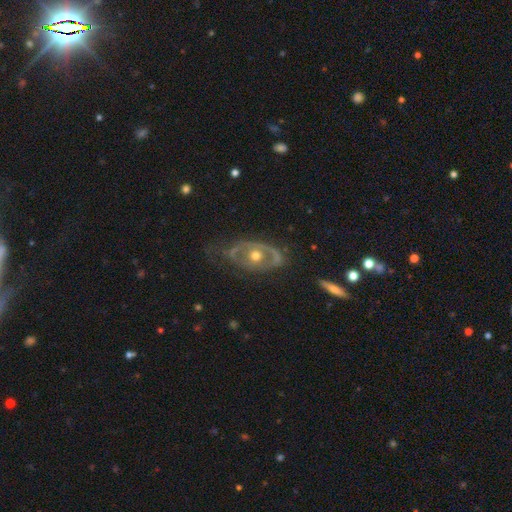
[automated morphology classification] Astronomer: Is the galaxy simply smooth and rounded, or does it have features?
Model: featured or disk — 74%.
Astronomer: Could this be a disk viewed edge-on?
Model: no — 92%.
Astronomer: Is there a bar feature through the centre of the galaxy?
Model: no — 84%.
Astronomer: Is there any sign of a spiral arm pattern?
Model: no — 56% (runner-up: yes, 44%).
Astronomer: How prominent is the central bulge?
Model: moderate — 76%.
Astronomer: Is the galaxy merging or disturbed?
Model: none — 57%.